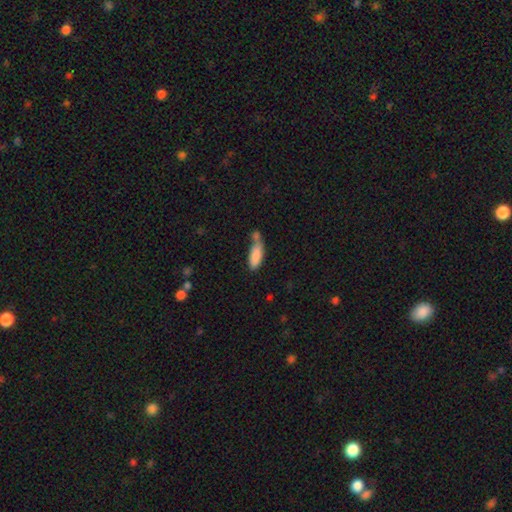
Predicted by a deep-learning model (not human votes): Morphology: type=smooth (85%); roundness=in between (63%); merging=none (37%).